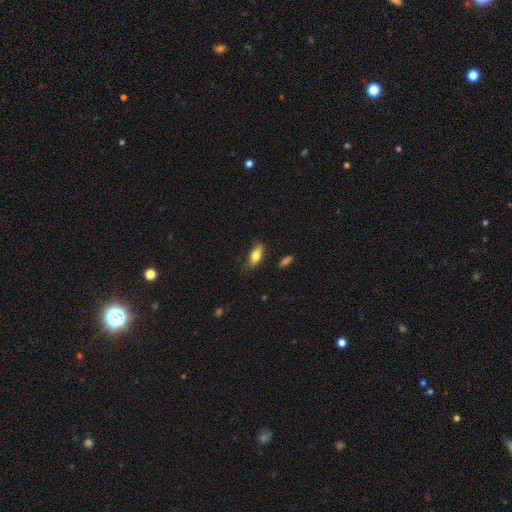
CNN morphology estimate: A smooth galaxy with no disk features (77%) that is in between round and cigar-shaped (79%). Merging: none (79%).